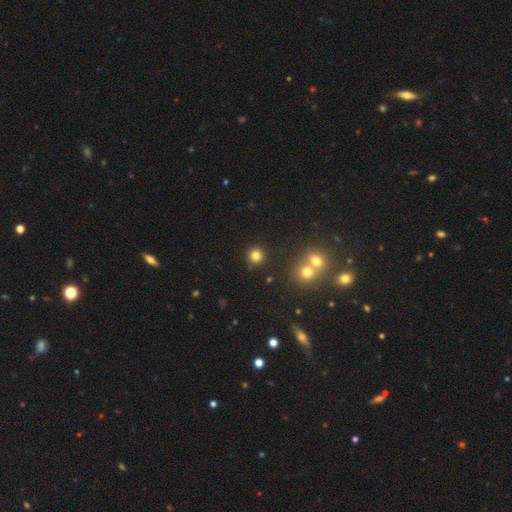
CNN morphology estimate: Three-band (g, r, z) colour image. It shows a smooth galaxy with no disk features (80%) that is round (94%). Merging: none (87%).